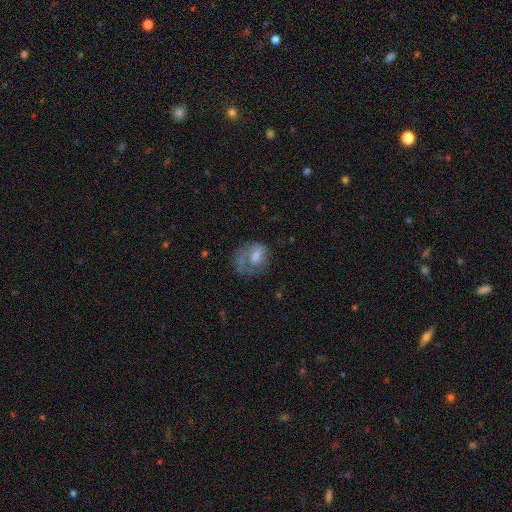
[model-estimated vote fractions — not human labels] A featured or disk galaxy (47%). Merging: none (40%).